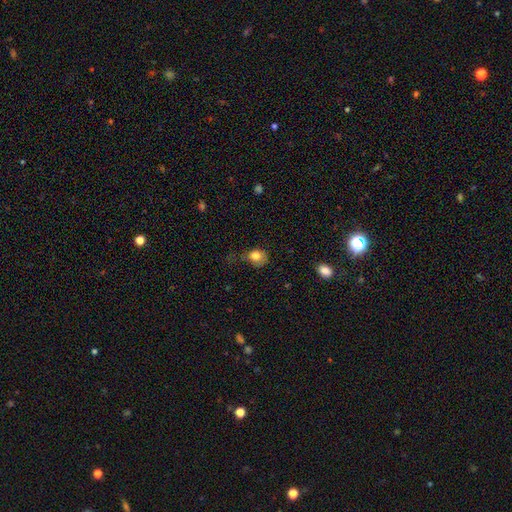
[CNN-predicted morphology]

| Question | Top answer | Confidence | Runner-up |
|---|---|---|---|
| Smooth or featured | smooth | 80% | featured or disk (10%) |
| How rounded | round | 54% | in between (44%) |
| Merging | none | 33% | tied: minor disturbance (33%) |